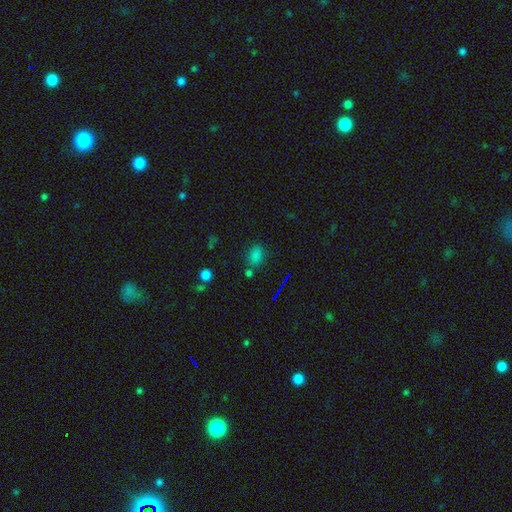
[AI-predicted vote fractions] Q: Smooth or featured?
A: smooth (73%); runner-up: star or artifact (22%)
Q: How rounded?
A: in between (71%); runner-up: round (27%)
Q: Merging?
A: none (73%); runner-up: minor disturbance (14%)